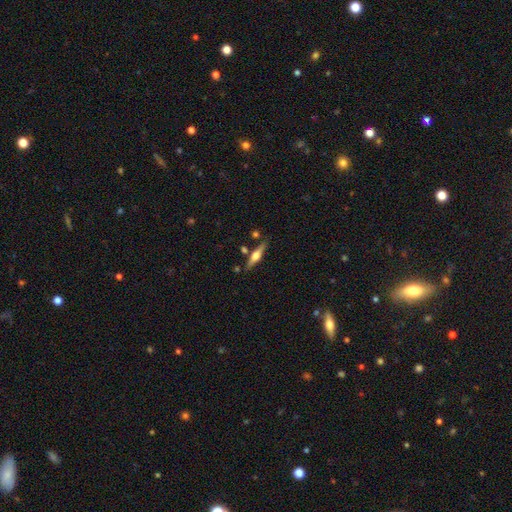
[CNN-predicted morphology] Smooth or featured: featured or disk — 62% (smooth — 32%)
Edge-on disk: yes — 96% (no — 4%)
Edge-on bulge: rounded — 91% (boxy — 6%)
Merging: none — 80% (minor disturbance — 11%)